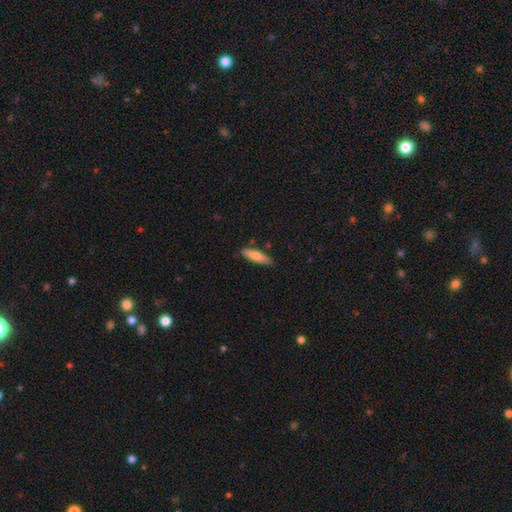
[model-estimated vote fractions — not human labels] Q: Smooth or featured?
A: smooth (78%); runner-up: featured or disk (16%)
Q: How rounded?
A: cigar-shaped (60%); runner-up: in between (39%)
Q: Merging?
A: none (81%); runner-up: minor disturbance (14%)